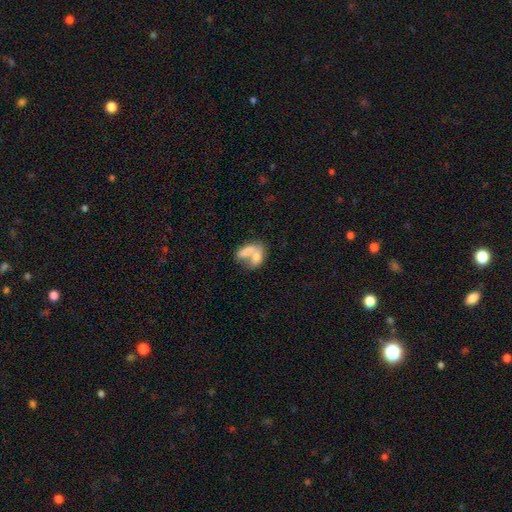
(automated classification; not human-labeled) This appears to be a smooth galaxy with no disk features (73%) that is in between round and cigar-shaped (80%). Merging: merger (69%).